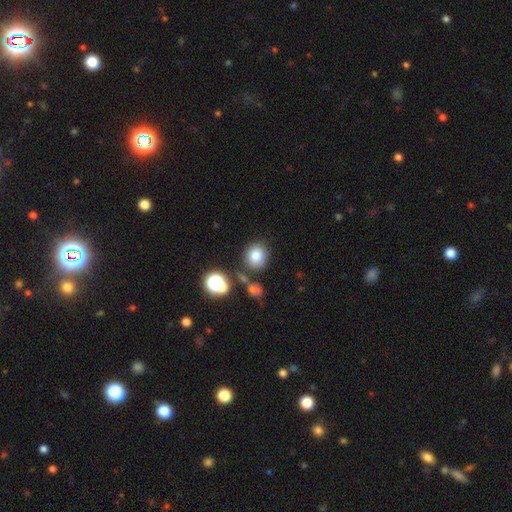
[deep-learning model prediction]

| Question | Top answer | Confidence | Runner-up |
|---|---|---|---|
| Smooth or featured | smooth | 79% | star or artifact (14%) |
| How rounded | round | 80% | in between (19%) |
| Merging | none | 76% | minor disturbance (12%) |